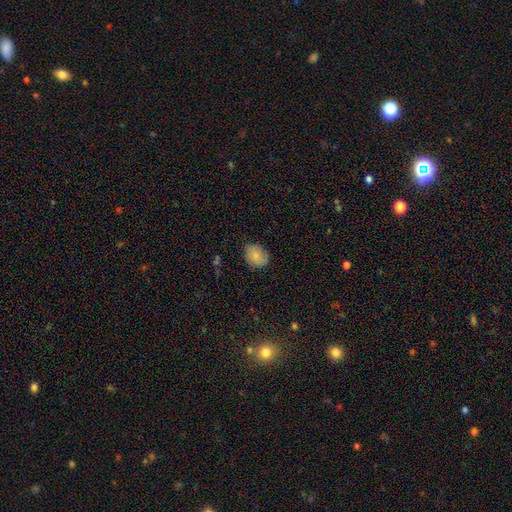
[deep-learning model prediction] Overall: smooth (82%). How rounded: in between (58%; round 41%). Merging: none (77%).